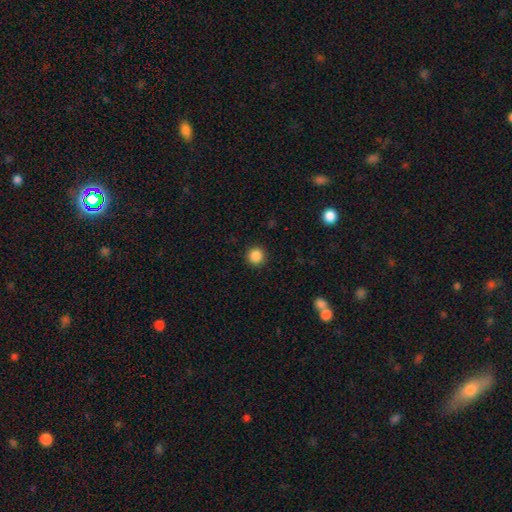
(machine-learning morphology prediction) Smooth or featured?
  - smooth: 87% *
  - star or artifact: 10%
  - featured or disk: 3%
How rounded?
  - round: 95% *
  - in between: 4%
  - cigar-shaped: 1%
Merging?
  - none: 92% *
  - minor disturbance: 5%
  - major disturbance: 2%
  - merger: 1%